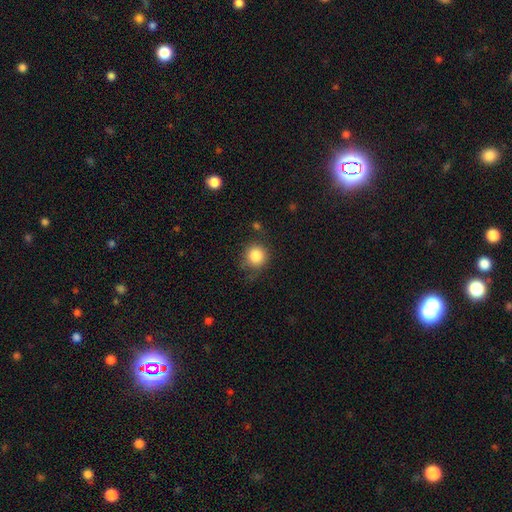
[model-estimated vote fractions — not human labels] Smooth or featured?
  - smooth: 85% *
  - star or artifact: 10%
  - featured or disk: 5%
How rounded?
  - round: 90% *
  - in between: 9%
  - cigar-shaped: 1%
Merging?
  - none: 73% *
  - minor disturbance: 18%
  - major disturbance: 6%
  - merger: 3%